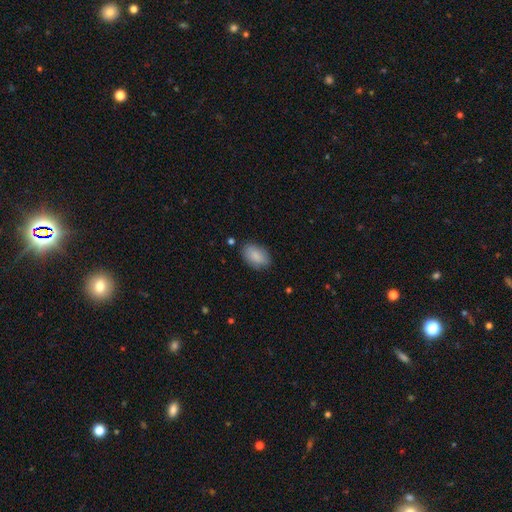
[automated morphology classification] Smooth or featured: smooth — 86% (featured or disk — 8%)
How rounded: in between — 91% (round — 7%)
Merging: none — 81% (minor disturbance — 14%)